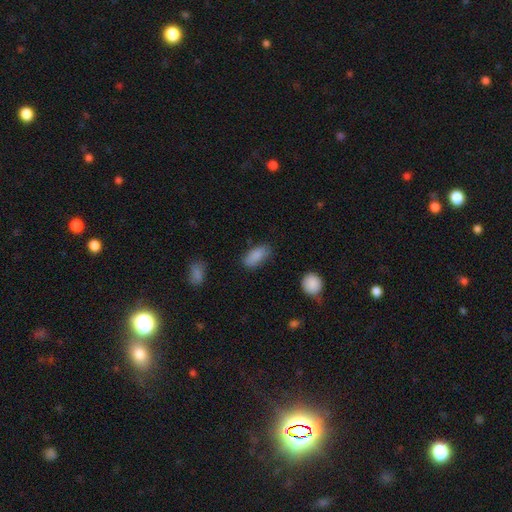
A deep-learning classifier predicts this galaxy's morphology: Smooth or featured?
  - smooth: 88% *
  - star or artifact: 7%
  - featured or disk: 5%
How rounded?
  - in between: 90% *
  - cigar-shaped: 8%
  - round: 3%
Merging?
  - none: 78% *
  - minor disturbance: 17%
  - major disturbance: 4%
  - merger: 2%